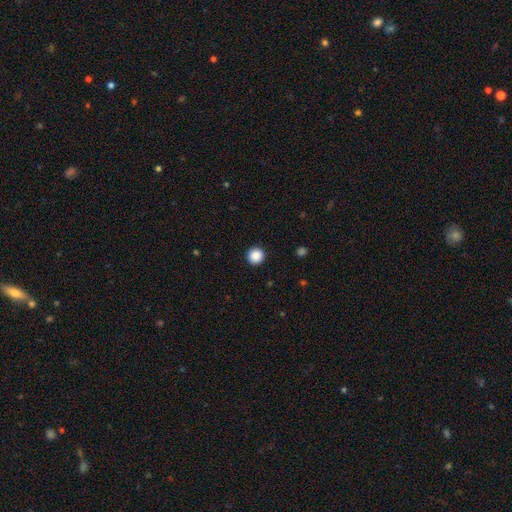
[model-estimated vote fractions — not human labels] smooth 88%, star or artifact 9%, featured or disk 3%. Down the decision tree: how rounded — round (95%); merging — none (92%).